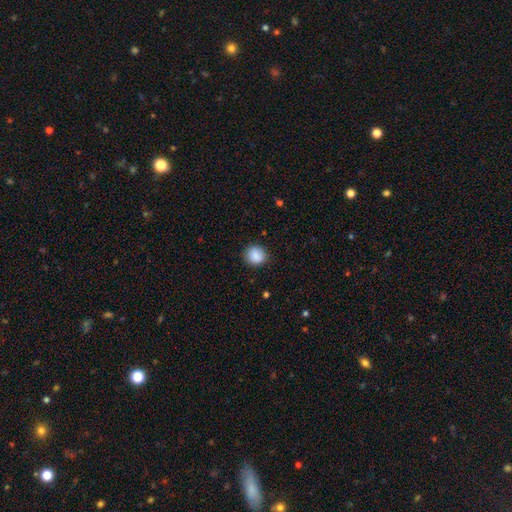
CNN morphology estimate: smooth-or-featured: smooth: 87% | star or artifact: 8% | featured or disk: 5%
  how-rounded: round: 85% | in between: 14% | cigar-shaped: 1%
  merging: none: 86% | minor disturbance: 11% | major disturbance: 3% | merger: 1%